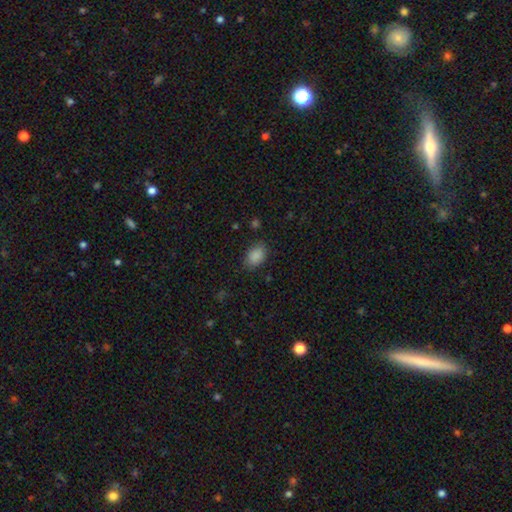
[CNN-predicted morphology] Smooth or featured? Predicted: smooth (p=0.88). How rounded? Predicted: in between (p=0.85). Merging? Predicted: none (p=0.81).